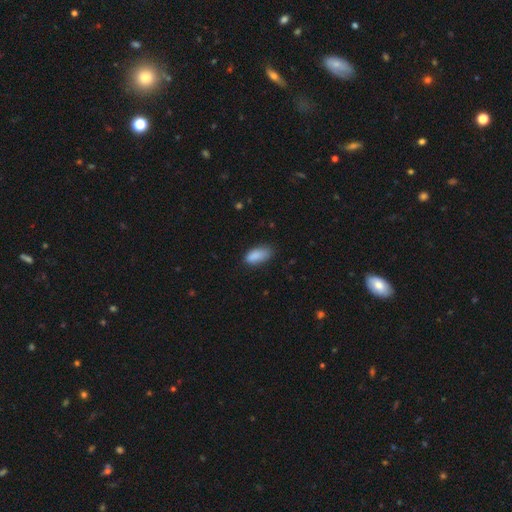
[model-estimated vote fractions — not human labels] smooth_or_featured: smooth (p=0.88) [alt: star or artifact p=0.07]
how_rounded: in between (p=0.87) [alt: cigar-shaped p=0.11]
merging: none (p=0.68) [alt: minor disturbance p=0.26]